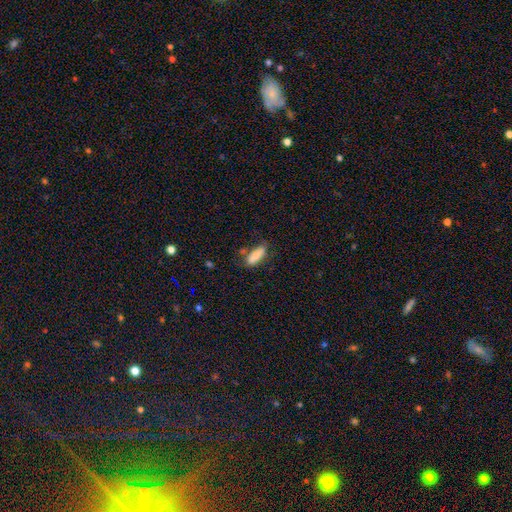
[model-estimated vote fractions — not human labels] This appears to be a smooth galaxy with no disk features (75%) that is in between round and cigar-shaped (75%). Merging: none (58%).